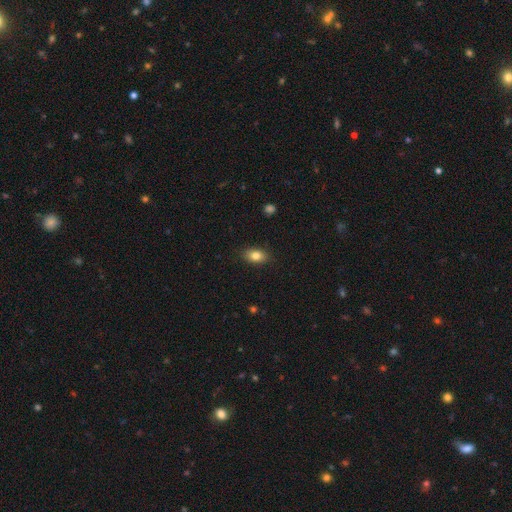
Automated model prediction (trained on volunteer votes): Overall: smooth (82%). How rounded: in between (86%). Merging: none (87%).